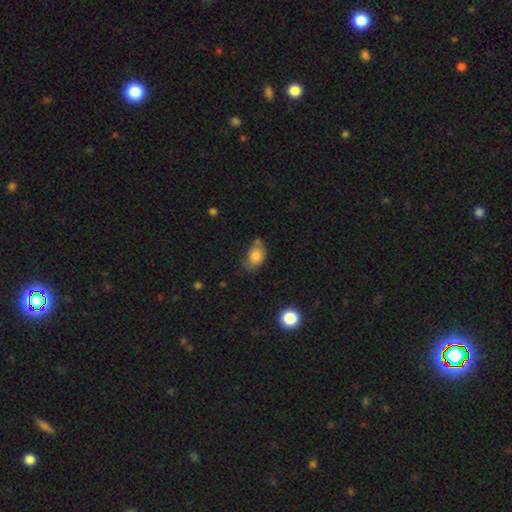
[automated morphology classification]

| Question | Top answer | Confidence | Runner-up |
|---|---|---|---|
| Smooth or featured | smooth | 81% | featured or disk (10%) |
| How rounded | in between | 80% | round (18%) |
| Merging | none | 52% | minor disturbance (29%) |